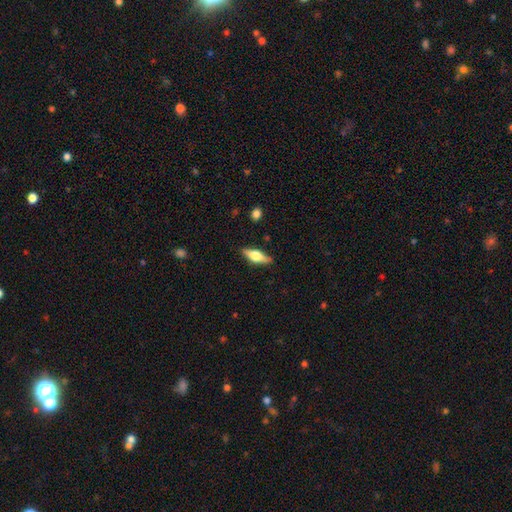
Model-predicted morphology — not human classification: Overall: featured or disk (50%; smooth 43%). Edge-on disk: yes (93%). Merging: none (86%).